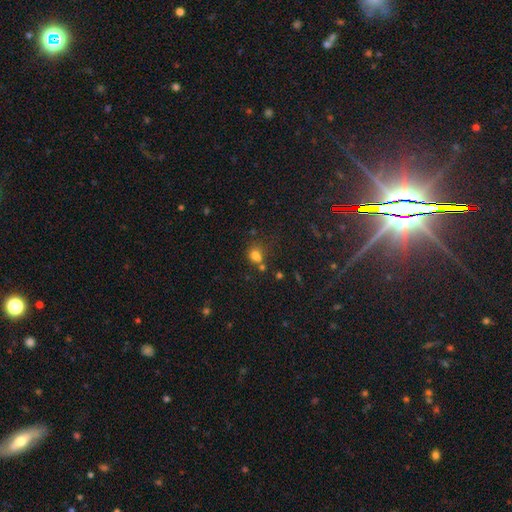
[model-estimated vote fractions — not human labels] smooth_or_featured: smooth (p=0.74) [alt: star or artifact p=0.17]
how_rounded: round (p=0.63) [alt: in between p=0.36]
merging: none (p=0.48) [alt: merger p=0.28]